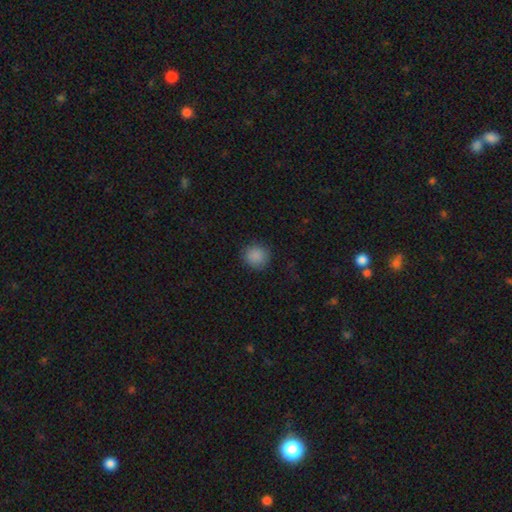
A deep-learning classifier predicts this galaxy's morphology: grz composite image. It shows a smooth galaxy with no disk features (88%) that is round (92%). Merging: none (88%).